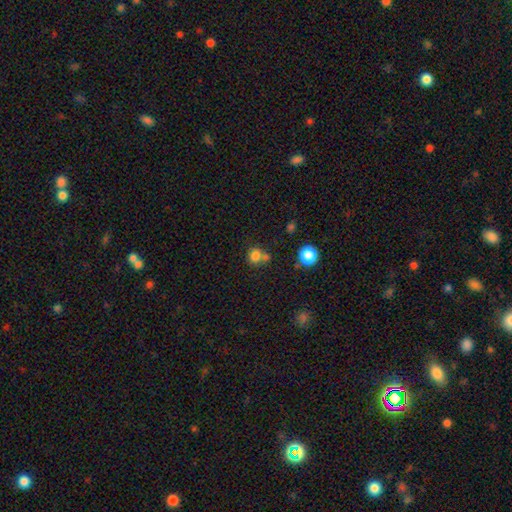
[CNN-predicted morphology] A smooth galaxy with no disk features (78%) that is round (85%). Merging: none (53%).